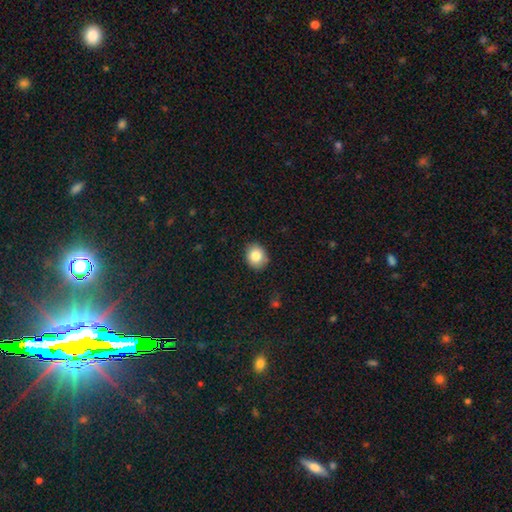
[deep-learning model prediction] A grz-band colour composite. It shows a smooth galaxy with no disk features (83%) that is round (63%). Merging: none (86%).